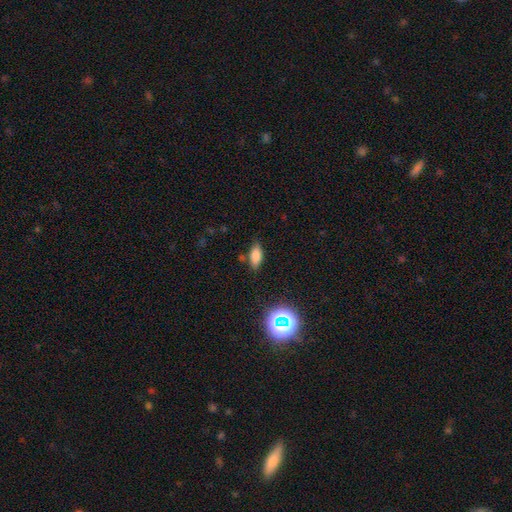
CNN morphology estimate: Q: Smooth or featured?
A: smooth (78%); runner-up: star or artifact (14%)
Q: How rounded?
A: in between (85%); runner-up: cigar-shaped (11%)
Q: Merging?
A: none (77%); runner-up: minor disturbance (16%)